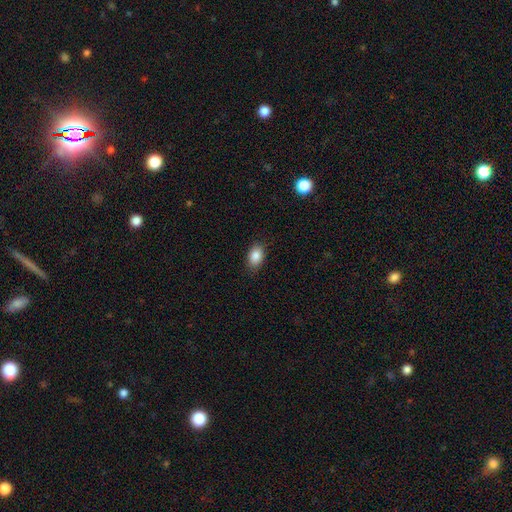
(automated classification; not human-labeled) This appears to be a smooth galaxy with no disk features (87%) that is in between round and cigar-shaped (86%). Merging: none (85%).